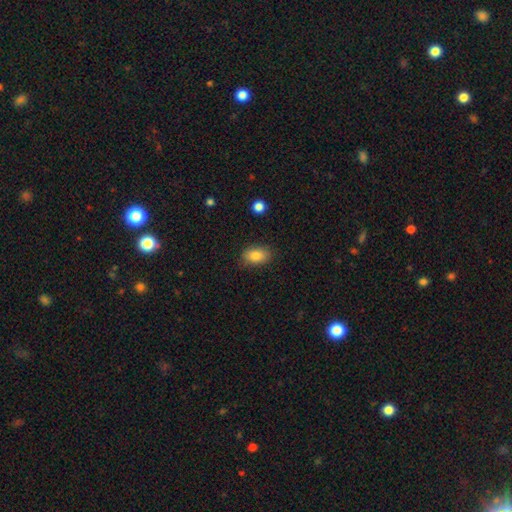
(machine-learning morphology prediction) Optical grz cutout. It shows a smooth galaxy with no disk features (83%) that is in between round and cigar-shaped (87%). Merging: none (84%).